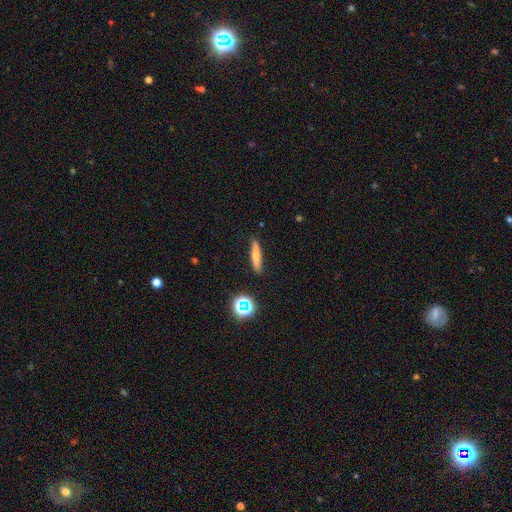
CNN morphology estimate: smooth-or-featured: smooth: 64% | featured or disk: 25% | star or artifact: 11%
  how-rounded: cigar-shaped: 86% | in between: 11% | round: 3%
  merging: none: 85% | minor disturbance: 11% | major disturbance: 2% | merger: 2%